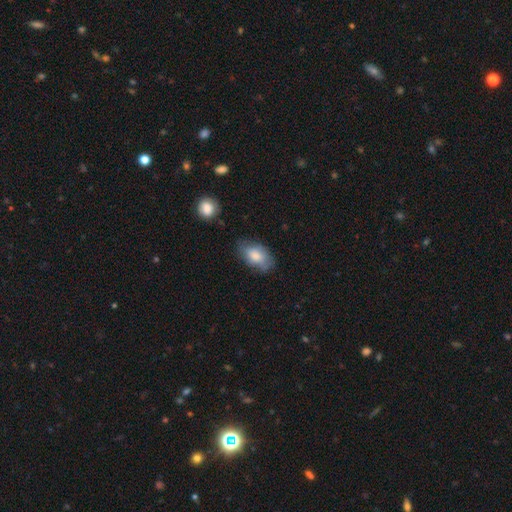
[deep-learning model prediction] smooth 78%, featured or disk 15%, star or artifact 7%. Down the decision tree: how rounded — in between (93%); merging — none (62%).